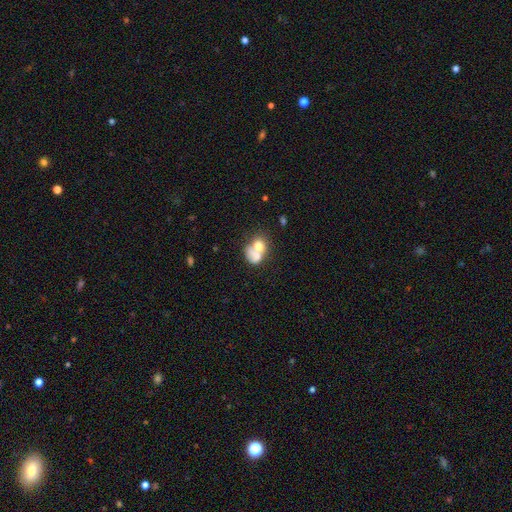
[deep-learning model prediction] Smooth or featured?
  - smooth: 59% *
  - featured or disk: 32%
  - star or artifact: 10%
How rounded?
  - in between: 52% *
  - round: 47%
  - cigar-shaped: 1%
Merging?
  - merger: 64% *
  - none: 19%
  - major disturbance: 9%
  - minor disturbance: 9%